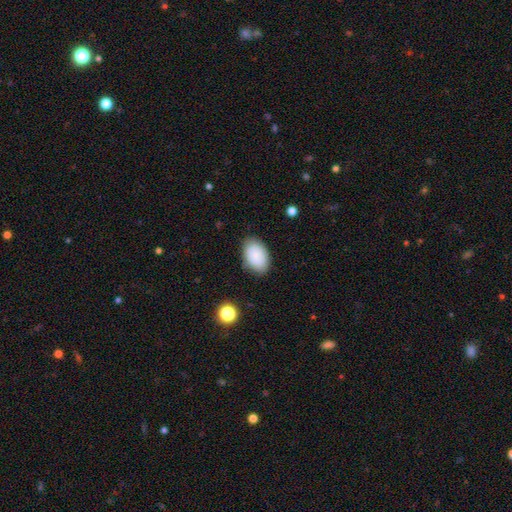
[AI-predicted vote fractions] Smooth or featured?
  - smooth: 84% *
  - featured or disk: 8%
  - star or artifact: 7%
How rounded?
  - in between: 90% *
  - round: 9%
  - cigar-shaped: 1%
Merging?
  - none: 82% *
  - minor disturbance: 14%
  - major disturbance: 3%
  - merger: 1%